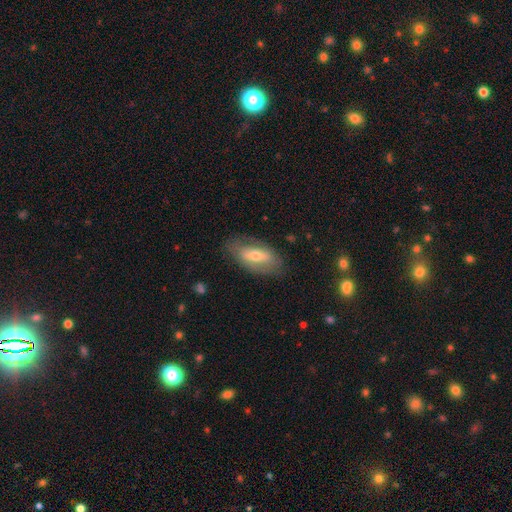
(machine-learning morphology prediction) Overall: featured or disk (48%; smooth 46%). Merging: none (76%).